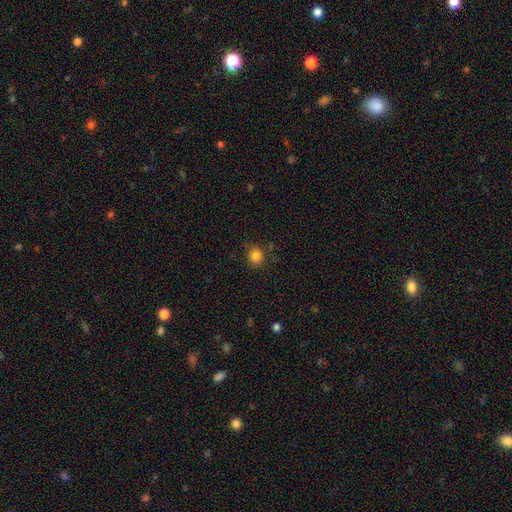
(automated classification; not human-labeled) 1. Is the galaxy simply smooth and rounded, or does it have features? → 83% smooth, 12% star or artifact, 5% featured or disk.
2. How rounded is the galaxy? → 87% round, 12% in between, 1% cigar-shaped.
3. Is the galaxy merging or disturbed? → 82% none, 12% minor disturbance, 3% major disturbance, 2% merger.